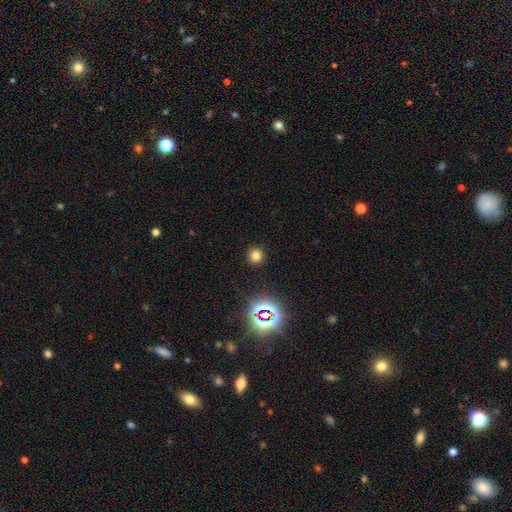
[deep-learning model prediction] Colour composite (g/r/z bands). It shows a smooth galaxy with no disk features (73%) that is round (91%). Merging: none (90%).